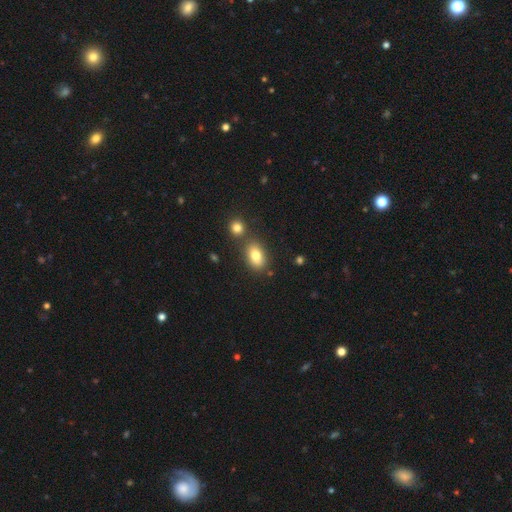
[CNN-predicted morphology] type=smooth (80%); roundness=in between (84%); merging=none (68%).